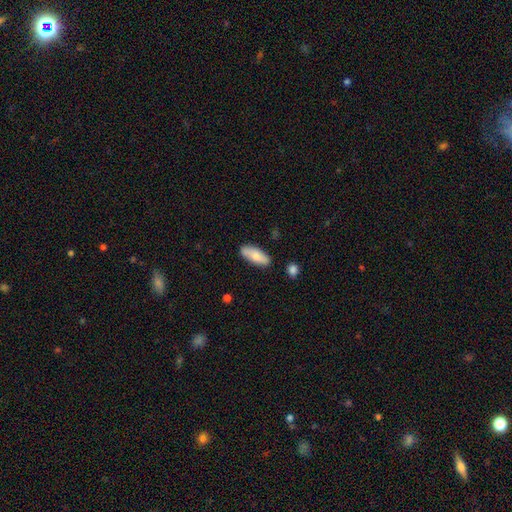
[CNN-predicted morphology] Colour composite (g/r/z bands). It shows a smooth galaxy with no disk features (75%) that is in between round and cigar-shaped (75%). Merging: none (83%).